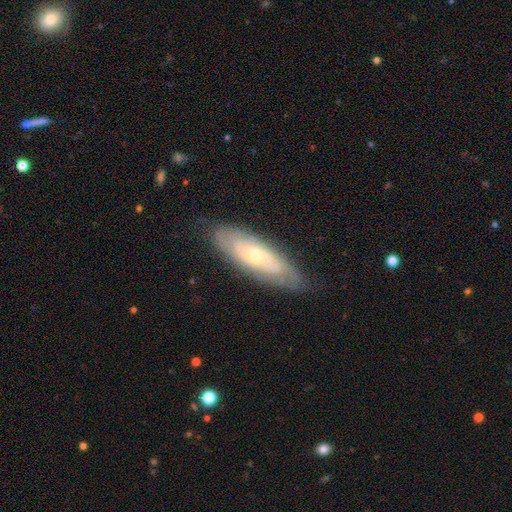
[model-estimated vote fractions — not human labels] featured or disk 65%, smooth 29%, star or artifact 7%. Down the decision tree: edge-on disk — no (80%); bar — no (67%); spiral arms — yes (78%); bulge size — small (64%); merging — none (77%).